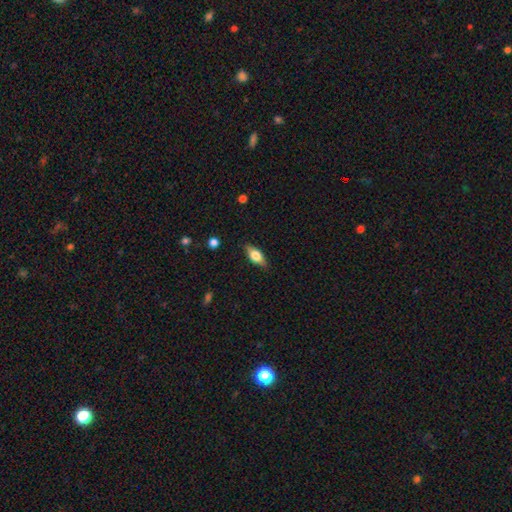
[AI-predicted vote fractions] smooth-or-featured: smooth: 64% | featured or disk: 30% | star or artifact: 7%
  how-rounded: in between: 80% | cigar-shaped: 16% | round: 4%
  merging: none: 85% | minor disturbance: 12% | major disturbance: 2% | merger: 1%